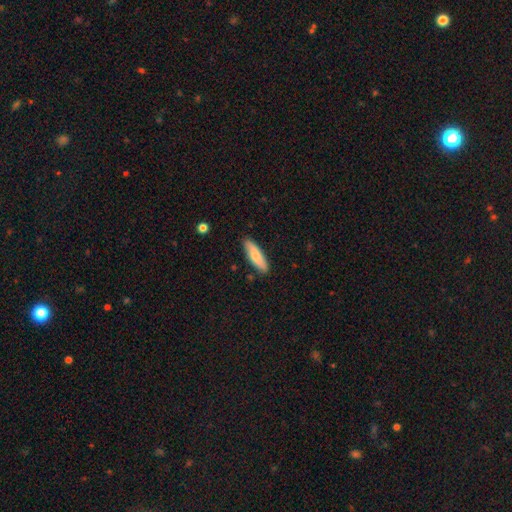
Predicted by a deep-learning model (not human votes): smooth-or-featured: smooth: 74% | featured or disk: 20% | star or artifact: 6%
  how-rounded: cigar-shaped: 60% | in between: 38% | round: 2%
  merging: none: 86% | minor disturbance: 11% | major disturbance: 2% | merger: 1%